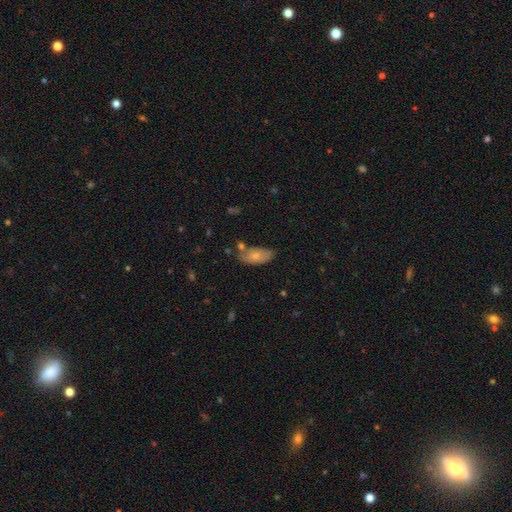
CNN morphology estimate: Smooth or featured?
  - smooth: 70% *
  - featured or disk: 23%
  - star or artifact: 7%
How rounded?
  - in between: 90% *
  - cigar-shaped: 6%
  - round: 3%
Merging?
  - none: 53% *
  - minor disturbance: 28%
  - merger: 11%
  - major disturbance: 7%